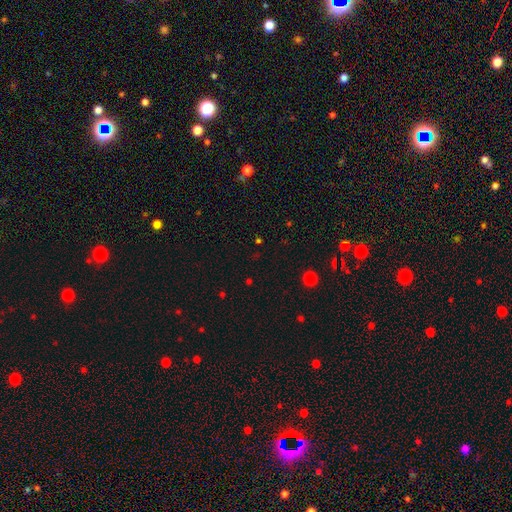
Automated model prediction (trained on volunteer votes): This is likely a star or artifact rather than a galaxy (61%).